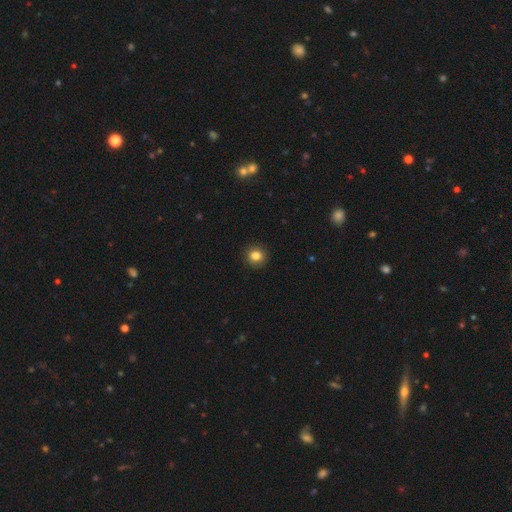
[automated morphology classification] A smooth galaxy with no disk features (83%) that is round (89%). Merging: none (91%).